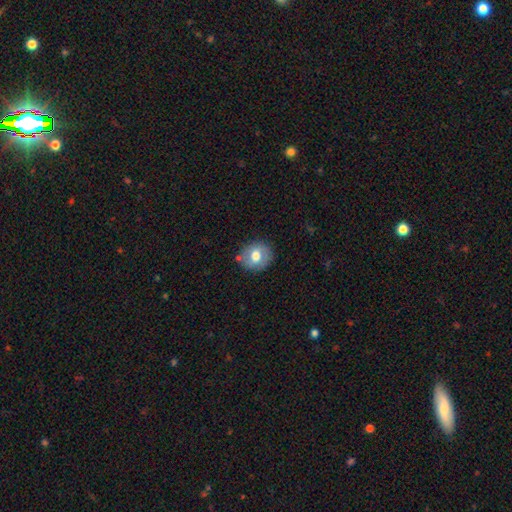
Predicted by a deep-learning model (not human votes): Morphology: type=smooth (68%); roundness=round (75%); merging=none (80%).